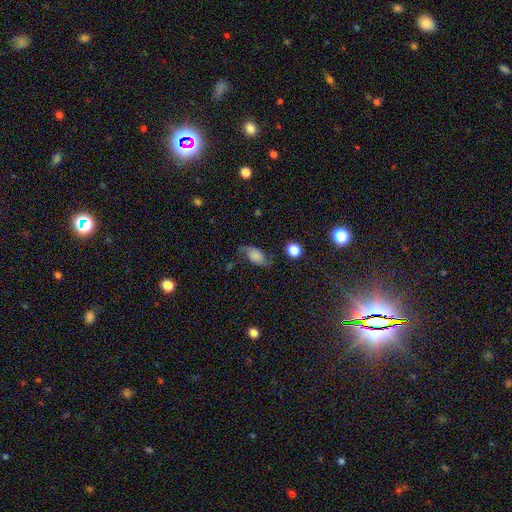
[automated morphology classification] featured or disk 47%, smooth 42%, star or artifact 11%. Down the decision tree: merging — none (63%).